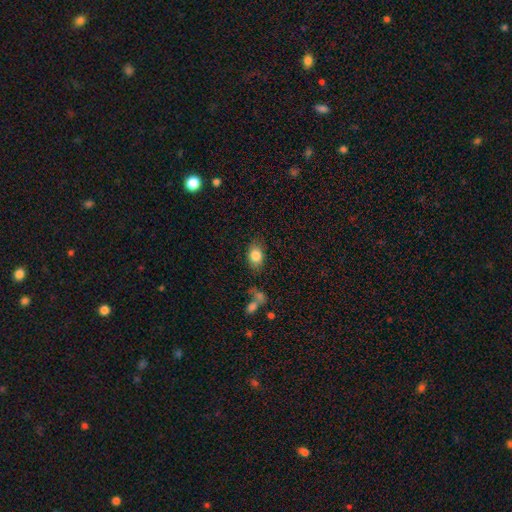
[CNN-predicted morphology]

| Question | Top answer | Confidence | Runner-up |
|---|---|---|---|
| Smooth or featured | smooth | 83% | star or artifact (9%) |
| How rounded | in between | 77% | round (21%) |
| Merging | none | 77% | minor disturbance (14%) |